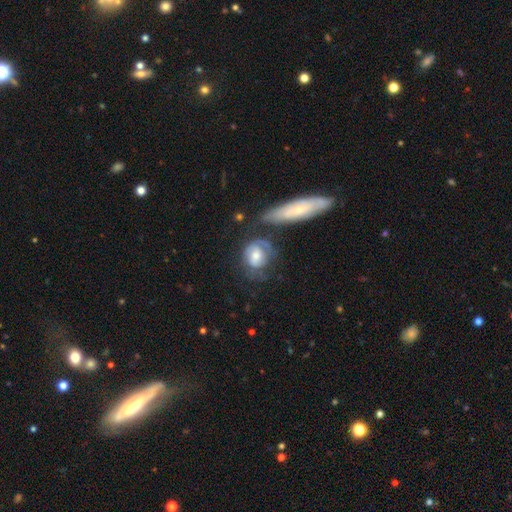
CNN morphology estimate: Smooth or featured?
  - featured or disk: 54% *
  - smooth: 39%
  - star or artifact: 7%
Edge-on disk?
  - no: 90% *
  - yes: 10%
Merging?
  - none: 45% *
  - minor disturbance: 22%
  - major disturbance: 18%
  - merger: 15%